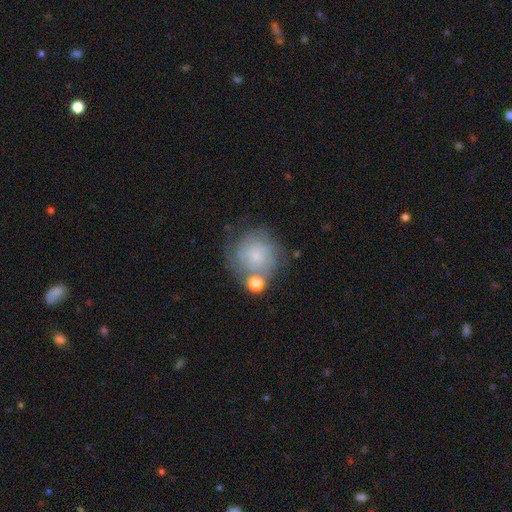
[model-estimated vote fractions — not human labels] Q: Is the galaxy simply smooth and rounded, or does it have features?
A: featured or disk — 59%.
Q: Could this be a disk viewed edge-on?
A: no — 97%.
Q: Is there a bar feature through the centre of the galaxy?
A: no — 78%.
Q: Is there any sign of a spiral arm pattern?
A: yes — 87%.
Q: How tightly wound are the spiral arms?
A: tight — 68%.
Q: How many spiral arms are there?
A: can't tell — 46%.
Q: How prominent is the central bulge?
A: small — 71%.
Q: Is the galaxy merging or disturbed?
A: none — 65%.